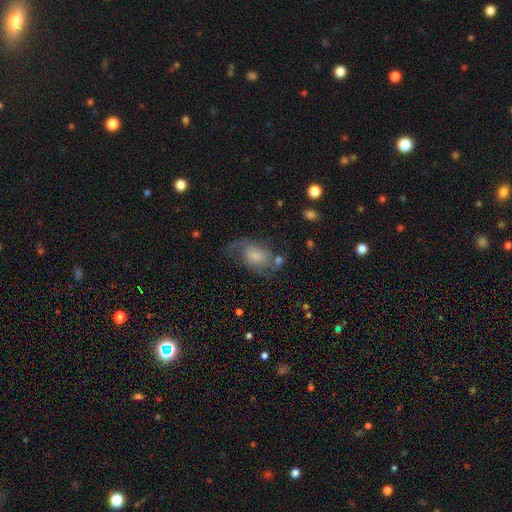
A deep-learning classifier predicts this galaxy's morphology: Smooth or featured? featured or disk (65%)
Edge-on disk? no (97%)
Bar? no (54%)
Spiral arms? yes (89%)
Spiral winding? loose (44%)
Spiral arm count? 2 (77%)
Bulge size? small (39%)
Merging? none (48%)